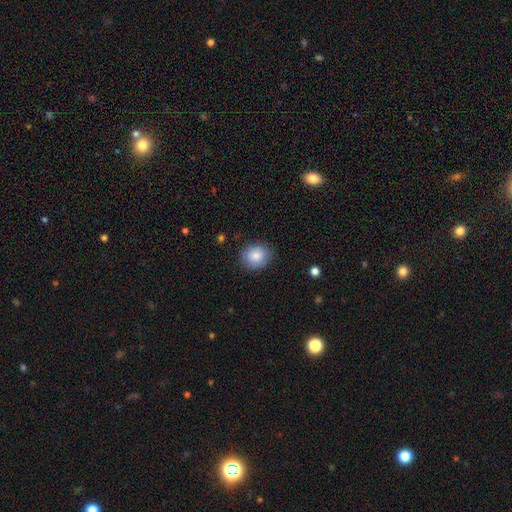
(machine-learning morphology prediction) A smooth galaxy with no disk features (83%) that is round (67%). Merging: none (82%).